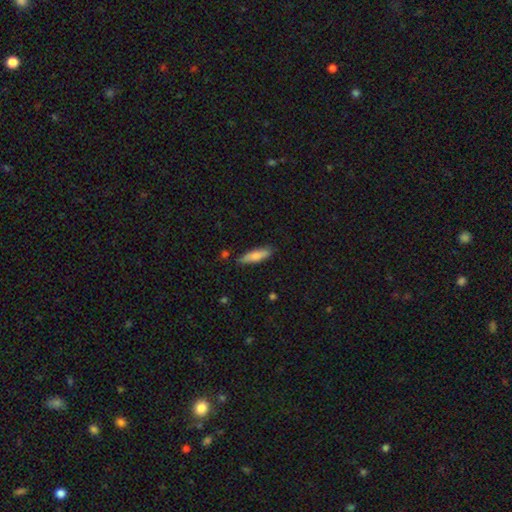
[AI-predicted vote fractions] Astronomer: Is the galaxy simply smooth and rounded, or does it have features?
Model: smooth — 79%.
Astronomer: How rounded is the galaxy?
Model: cigar-shaped — 66%.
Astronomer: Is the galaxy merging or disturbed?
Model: none — 83%.